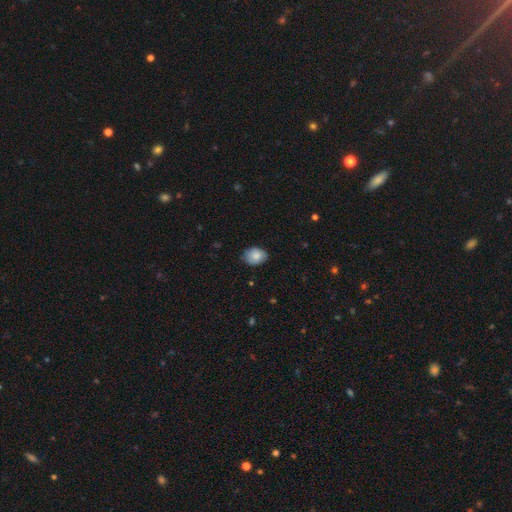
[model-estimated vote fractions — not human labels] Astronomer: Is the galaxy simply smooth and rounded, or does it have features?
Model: smooth — 78%.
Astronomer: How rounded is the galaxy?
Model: in between — 65%.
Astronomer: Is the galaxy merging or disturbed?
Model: none — 73%.